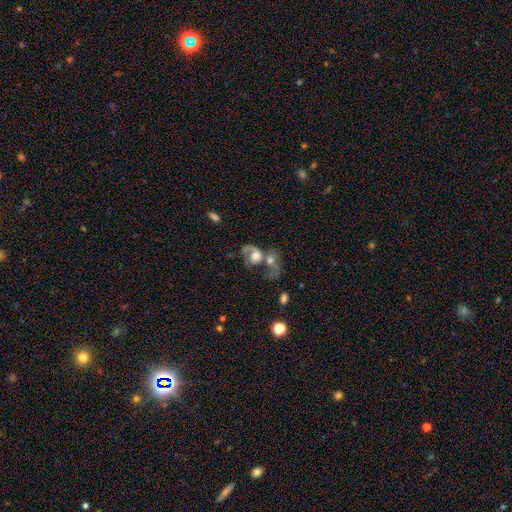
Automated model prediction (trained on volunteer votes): featured or disk 52%, smooth 39%, star or artifact 9%. Down the decision tree: edge-on disk — no (96%); merging — merger (62%).